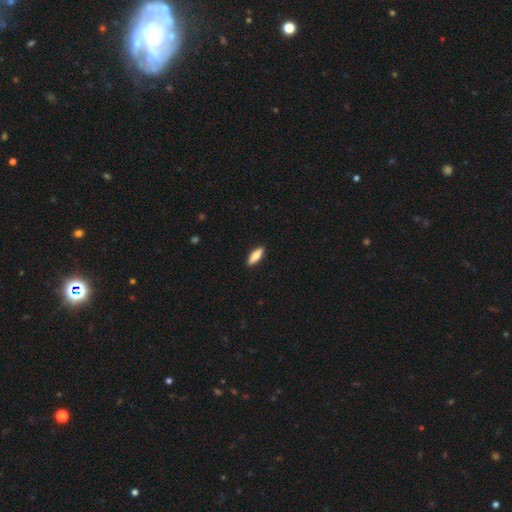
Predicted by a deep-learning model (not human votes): A smooth galaxy with no disk features (77%) that is in between round and cigar-shaped (52%). Merging: none (90%).